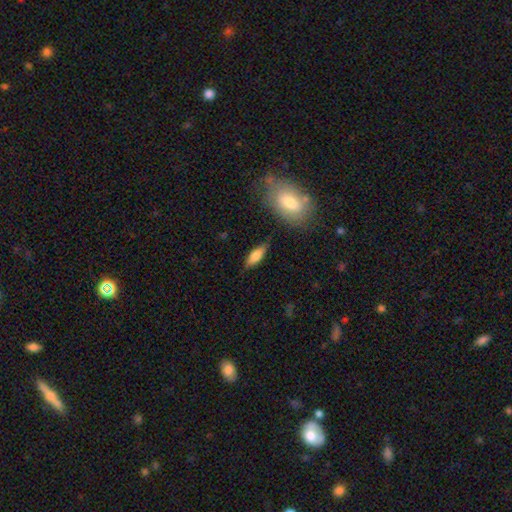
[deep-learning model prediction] Smooth or featured? Predicted: smooth (p=0.72). How rounded? Predicted: in between (p=0.62). Merging? Predicted: none (p=0.79).